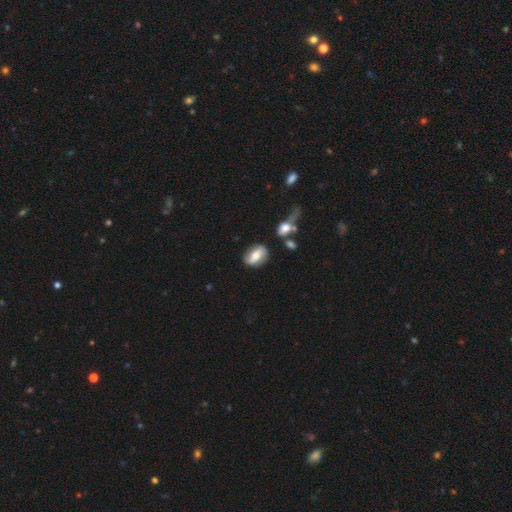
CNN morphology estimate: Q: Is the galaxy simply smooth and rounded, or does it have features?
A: featured or disk — 47%.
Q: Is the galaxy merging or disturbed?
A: none — 77%.